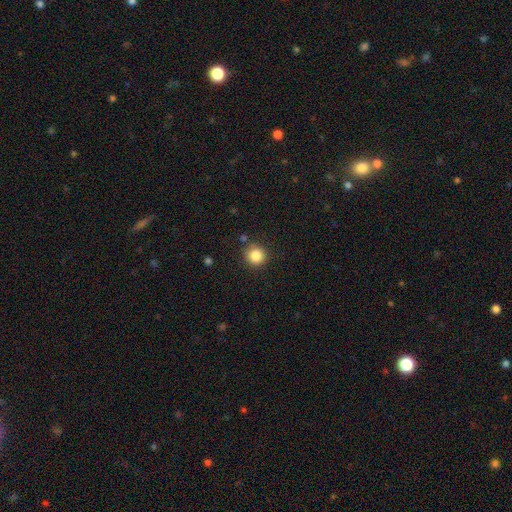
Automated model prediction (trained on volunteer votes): This is clearly a smooth galaxy (85%). How rounded: clearly round (92%). Merging: clearly none (84%).